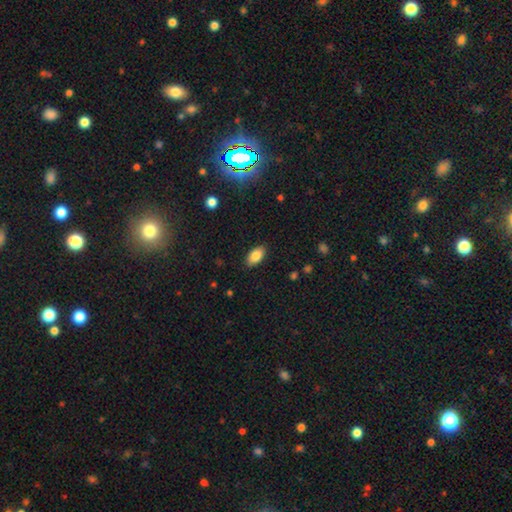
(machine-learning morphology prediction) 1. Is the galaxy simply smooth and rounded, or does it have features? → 85% smooth, 8% star or artifact, 7% featured or disk.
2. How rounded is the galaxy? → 93% in between, 4% round, 3% cigar-shaped.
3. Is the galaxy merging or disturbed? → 87% none, 10% minor disturbance, 2% major disturbance, 1% merger.